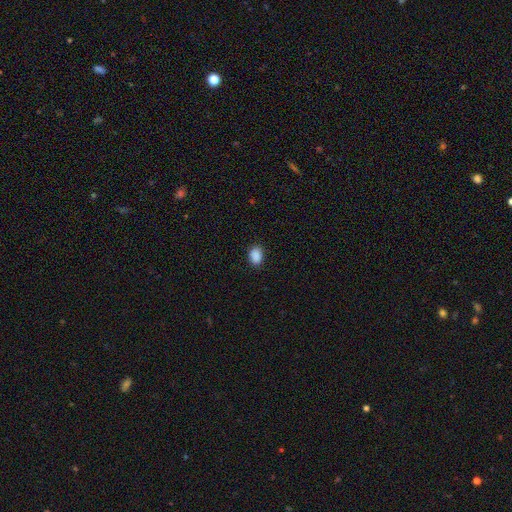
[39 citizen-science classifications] Smooth or featured: smooth — 90% (star or artifact — 8%)
How rounded: in between — 63% (round — 37%)
Merging: none — 81% (minor disturbance — 8%)